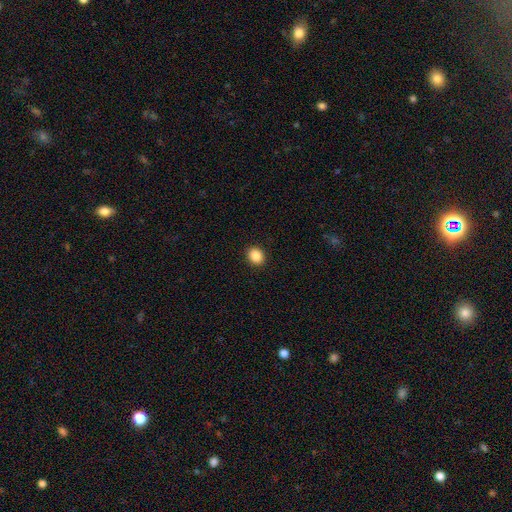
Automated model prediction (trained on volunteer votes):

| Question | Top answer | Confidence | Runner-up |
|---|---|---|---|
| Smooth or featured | smooth | 88% | star or artifact (9%) |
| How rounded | round | 59% | in between (40%) |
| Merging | none | 92% | minor disturbance (6%) |